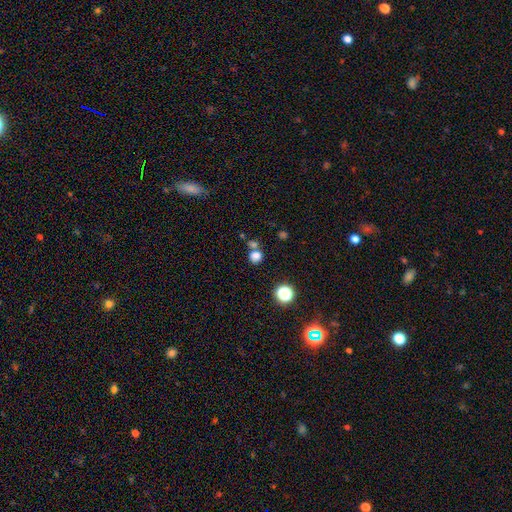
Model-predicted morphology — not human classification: A smooth galaxy with no disk features (77%) that is round (82%).

Vote fractions:
- Smooth or featured? smooth: 77% / star or artifact: 16% / featured or disk: 7%
- How rounded? round: 82% / in between: 17% / cigar-shaped: 1%
- Merging? none: 57% / merger: 31% / minor disturbance: 9% / major disturbance: 4%